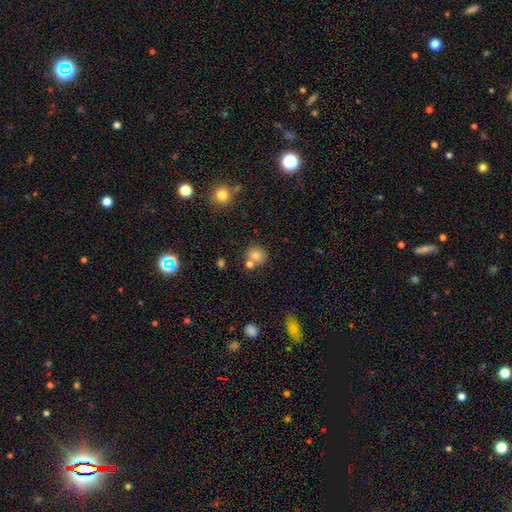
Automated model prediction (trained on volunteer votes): The model was most divided on "merging": none: 62%, merger: 25%, minor disturbance: 10%, major disturbance: 3%. More confident: how rounded — round (83%); smooth or featured — smooth (79%).